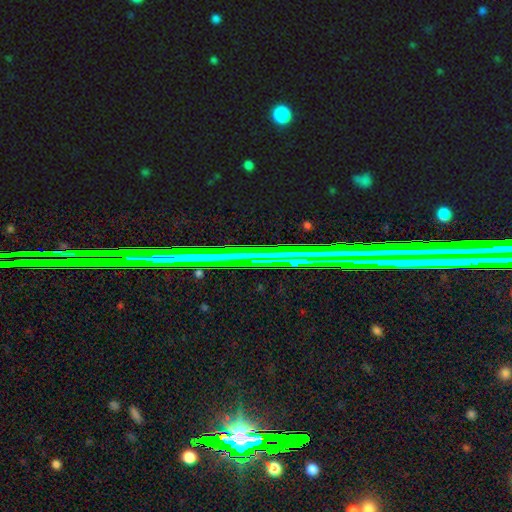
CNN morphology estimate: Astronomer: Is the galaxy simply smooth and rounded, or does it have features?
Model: star or artifact — 73%.